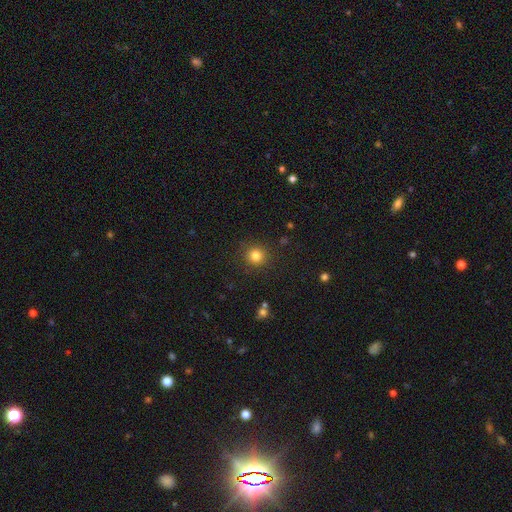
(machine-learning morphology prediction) Smooth or featured?
  - smooth: 82% *
  - star or artifact: 13%
  - featured or disk: 5%
How rounded?
  - round: 92% *
  - in between: 7%
  - cigar-shaped: 1%
Merging?
  - none: 89% *
  - minor disturbance: 7%
  - major disturbance: 3%
  - merger: 1%